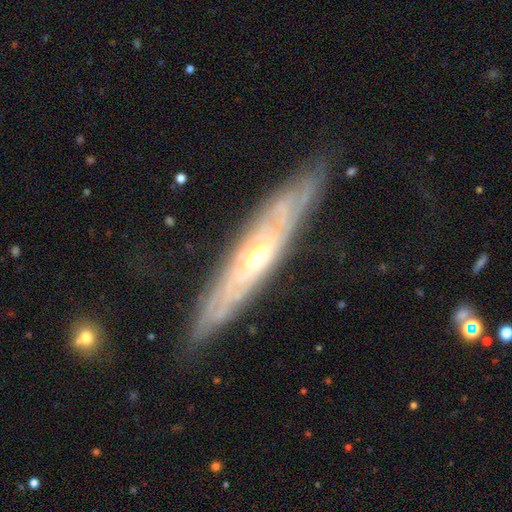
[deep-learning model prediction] Smooth or featured: featured or disk — 80% (smooth — 14%)
Edge-on disk: yes — 51% (no — 49%)
Merging: none — 82% (minor disturbance — 13%)